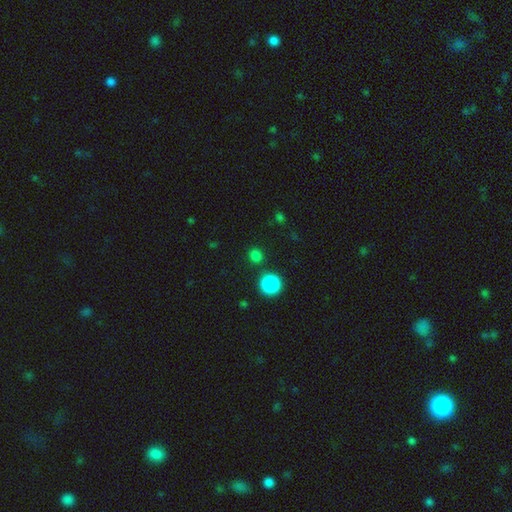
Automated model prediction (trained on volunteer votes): This is likely a smooth galaxy (77%). How rounded: clearly round (87%). Merging: clearly none (85%).